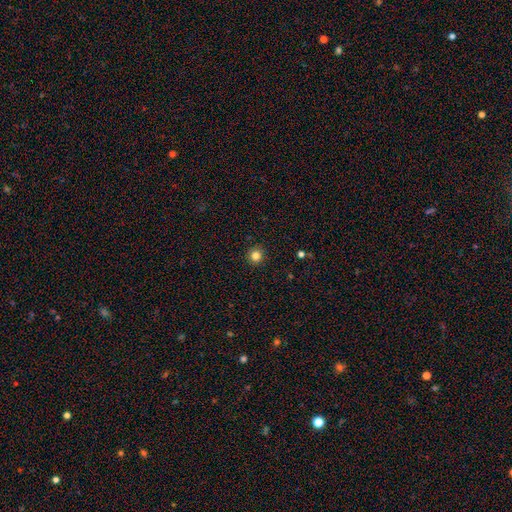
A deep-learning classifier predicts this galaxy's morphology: type=smooth (83%); roundness=round (95%); merging=none (93%).